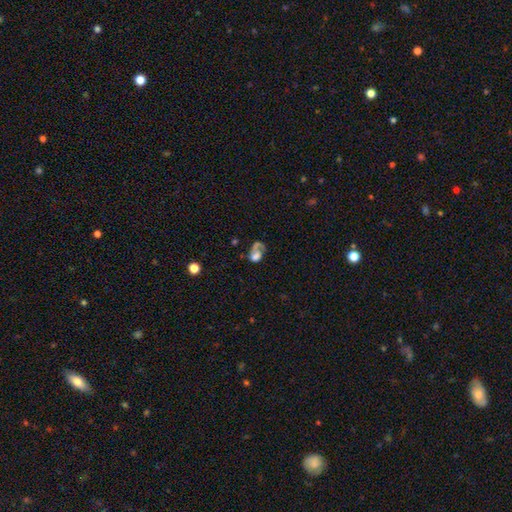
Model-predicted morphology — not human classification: Smooth or featured? Predicted: featured or disk (p=0.45). Merging? Predicted: major disturbance (p=0.39).